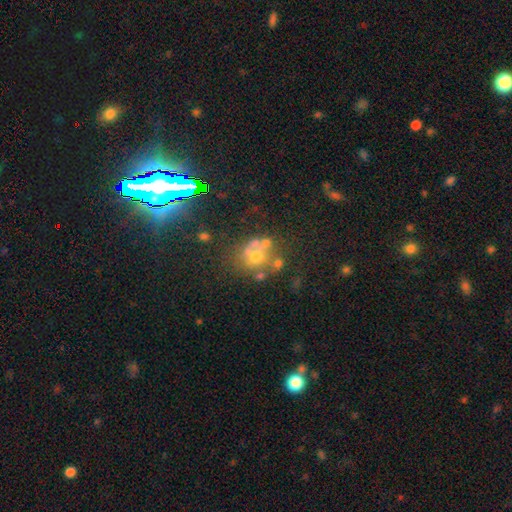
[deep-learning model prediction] The model was most divided on "smooth or featured": smooth: 40%, featured or disk: 35%, star or artifact: 26%. Remaining: merging — none (43%).